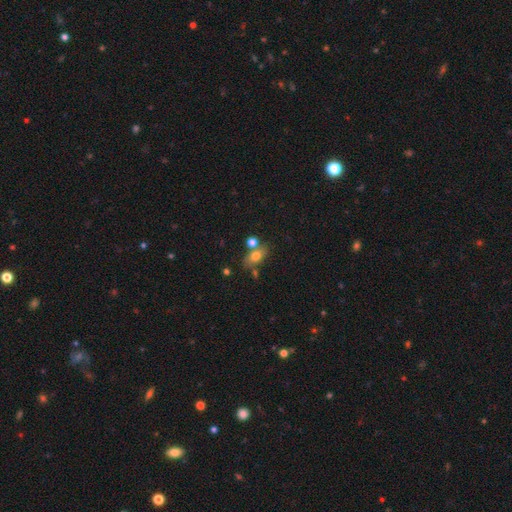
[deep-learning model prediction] Morphology: type=smooth (71%); roundness=in between (78%); merging=none (60%).